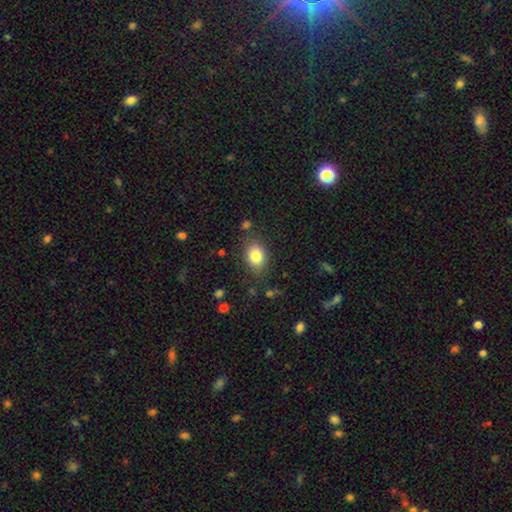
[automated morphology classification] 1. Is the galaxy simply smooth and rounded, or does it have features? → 82% smooth, 9% star or artifact, 8% featured or disk.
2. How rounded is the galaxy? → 70% in between, 29% round, 1% cigar-shaped.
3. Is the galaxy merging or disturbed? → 79% none, 14% minor disturbance, 4% major disturbance, 2% merger.